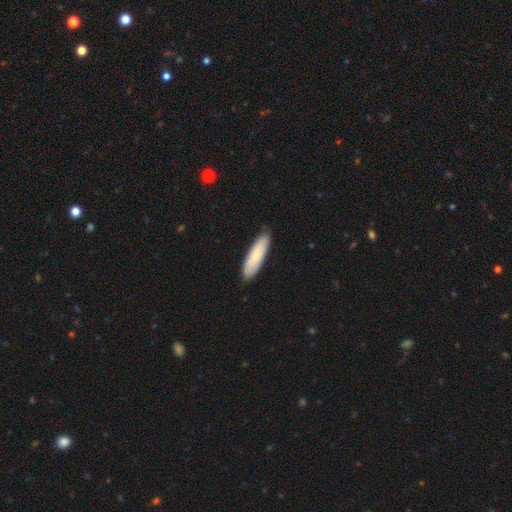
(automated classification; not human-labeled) Smooth or featured? smooth (82%)
How rounded? cigar-shaped (65%)
Merging? none (88%)